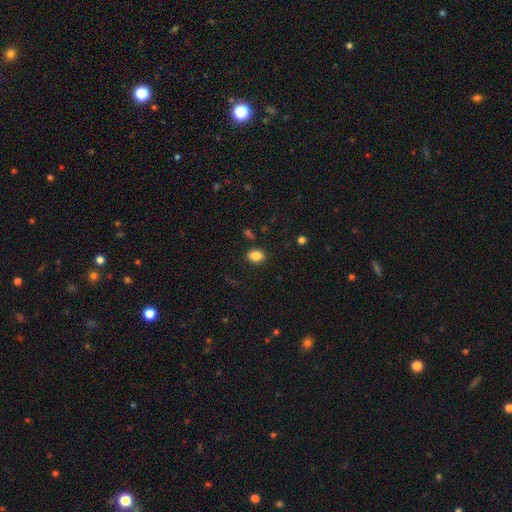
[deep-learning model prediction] Smooth or featured: smooth — 85% (star or artifact — 10%)
How rounded: in between — 65% (round — 34%)
Merging: none — 86% (minor disturbance — 9%)